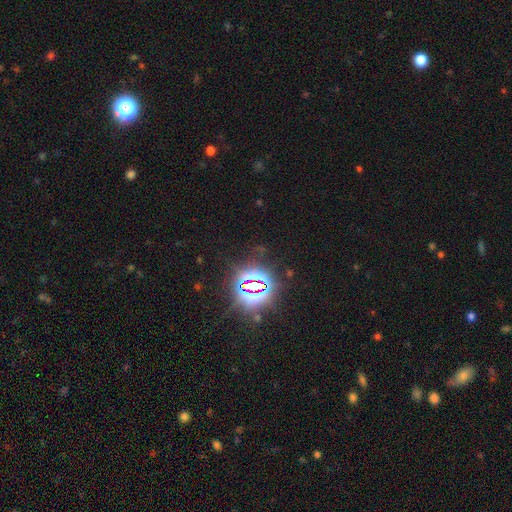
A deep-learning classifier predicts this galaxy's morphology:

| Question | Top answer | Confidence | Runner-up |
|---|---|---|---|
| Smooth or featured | star or artifact | 82% | smooth (11%) |